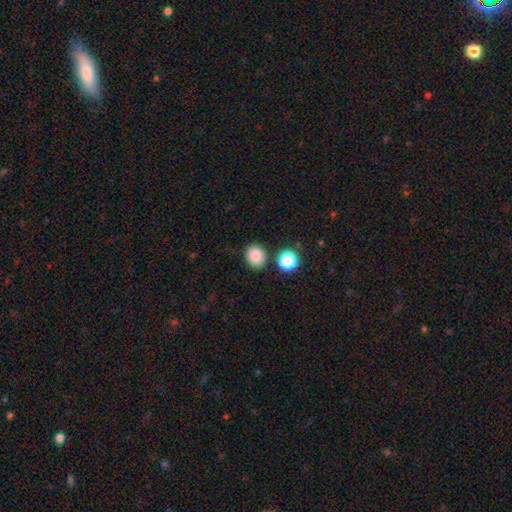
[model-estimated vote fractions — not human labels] Smooth or featured?
  - smooth: 85% *
  - star or artifact: 10%
  - featured or disk: 5%
How rounded?
  - round: 65% *
  - in between: 34%
  - cigar-shaped: 1%
Merging?
  - none: 83% *
  - minor disturbance: 9%
  - merger: 5%
  - major disturbance: 3%